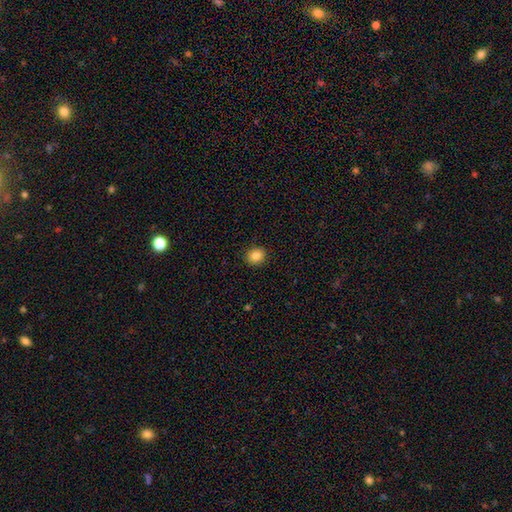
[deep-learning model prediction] smooth 85%, star or artifact 10%, featured or disk 5%. Down the decision tree: how rounded — round (69%); merging — none (91%).